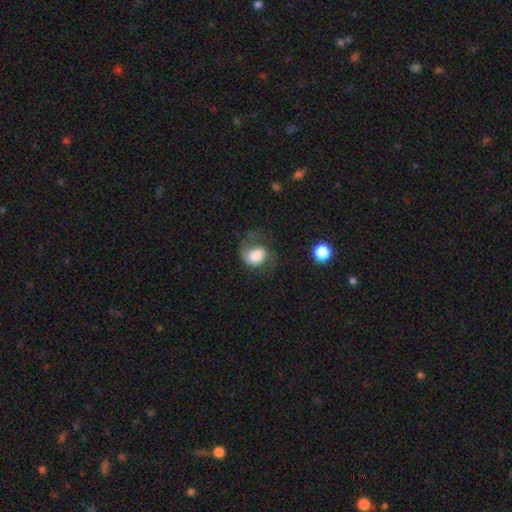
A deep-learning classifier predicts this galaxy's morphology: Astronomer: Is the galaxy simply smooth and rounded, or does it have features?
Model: smooth — 51% (runner-up: featured or disk, 39%).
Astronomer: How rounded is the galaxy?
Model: in between — 54% (runner-up: round, 45%).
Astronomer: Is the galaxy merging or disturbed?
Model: major disturbance — 41% (runner-up: none, 35%).